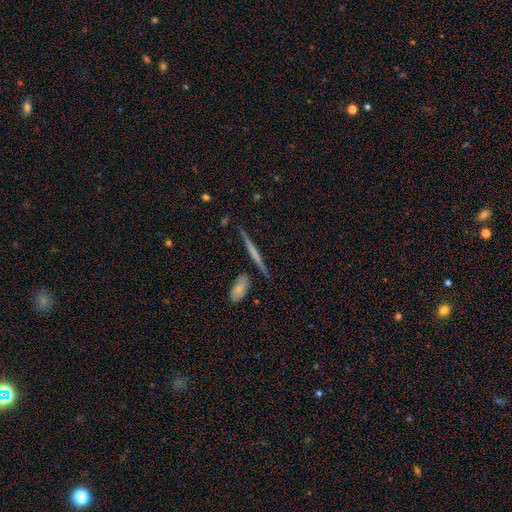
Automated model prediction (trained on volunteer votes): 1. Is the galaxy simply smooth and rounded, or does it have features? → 60% featured or disk, 32% smooth, 8% star or artifact.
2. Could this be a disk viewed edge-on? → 96% yes, 4% no.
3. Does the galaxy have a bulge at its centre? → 68% none, 21% rounded, 11% boxy.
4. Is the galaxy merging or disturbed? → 84% none, 9% minor disturbance, 5% merger, 2% major disturbance.